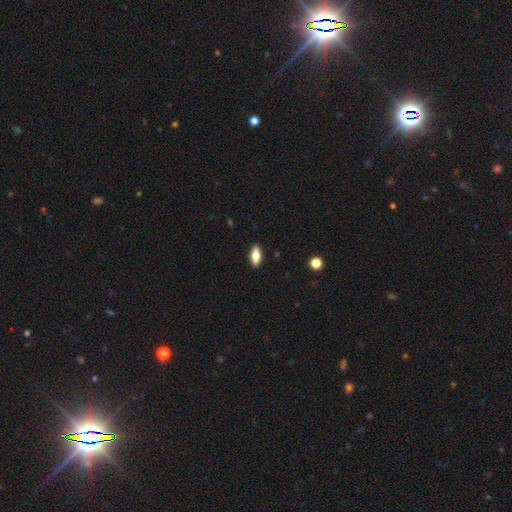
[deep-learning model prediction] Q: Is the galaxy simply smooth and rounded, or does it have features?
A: smooth — 74%.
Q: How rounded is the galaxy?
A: in between — 79%.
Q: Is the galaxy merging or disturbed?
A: none — 90%.